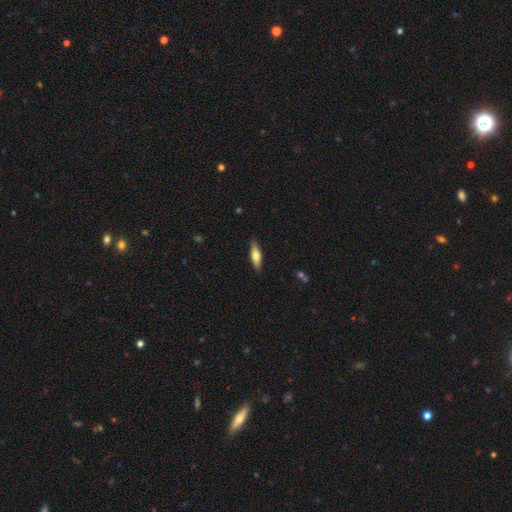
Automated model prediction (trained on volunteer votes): The model was most divided on "how rounded": cigar-shaped: 55%, in between: 42%, round: 2%. More confident: merging — none (88%); smooth or featured — smooth (59%).